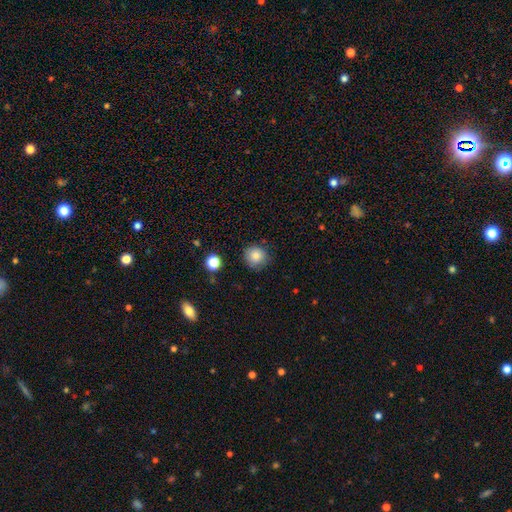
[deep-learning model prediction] This is clearly a smooth galaxy (84%). How rounded: clearly round (91%). Merging: clearly none (83%).